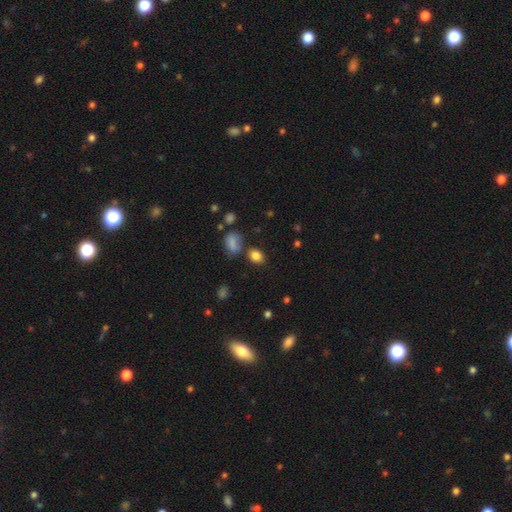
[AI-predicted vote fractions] smooth-or-featured: smooth: 83% | star or artifact: 12% | featured or disk: 5%
  how-rounded: in between: 60% | round: 38% | cigar-shaped: 1%
  merging: none: 72% | minor disturbance: 13% | merger: 10% | major disturbance: 4%